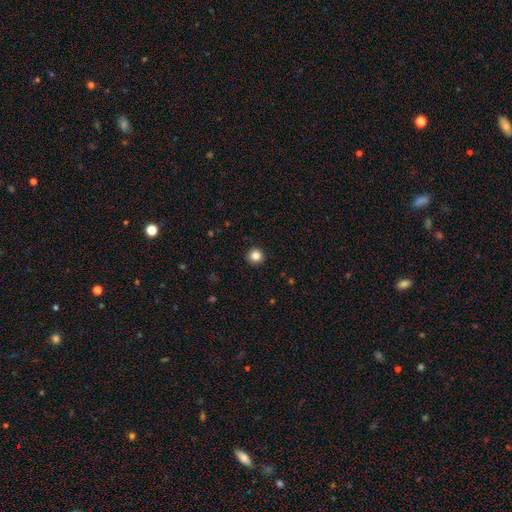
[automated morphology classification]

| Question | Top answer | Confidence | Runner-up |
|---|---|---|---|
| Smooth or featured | smooth | 84% | star or artifact (11%) |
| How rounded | round | 94% | in between (5%) |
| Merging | none | 93% | minor disturbance (5%) |